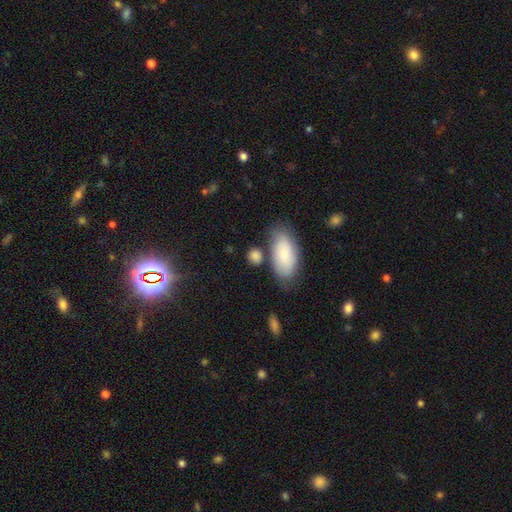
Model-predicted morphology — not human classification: Smooth or featured?
  - smooth: 81% *
  - featured or disk: 11%
  - star or artifact: 8%
How rounded?
  - in between: 49% *
  - round: 47%
  - cigar-shaped: 4%
Merging?
  - none: 65% *
  - minor disturbance: 16%
  - merger: 13%
  - major disturbance: 6%